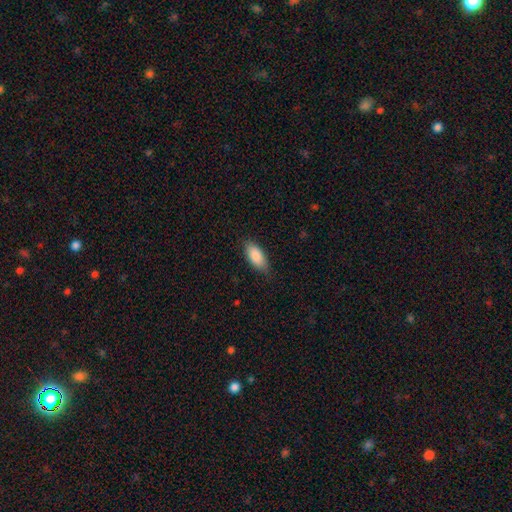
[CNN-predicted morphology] A smooth galaxy with no disk features (87%) that is in between round and cigar-shaped (89%).

Vote fractions:
- Smooth or featured? smooth: 87% / featured or disk: 7% / star or artifact: 6%
- How rounded? in between: 89% / cigar-shaped: 9% / round: 2%
- Merging? none: 81% / minor disturbance: 15% / major disturbance: 3% / merger: 1%